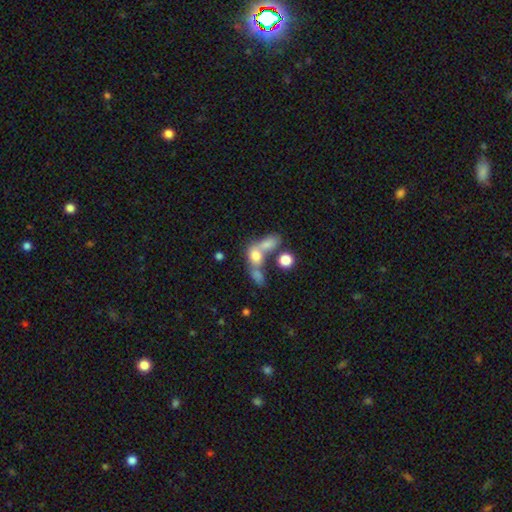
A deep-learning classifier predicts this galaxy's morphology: smooth 68%, featured or disk 20%, star or artifact 12%. Down the decision tree: how rounded — in between (60%); merging — merger (60%).